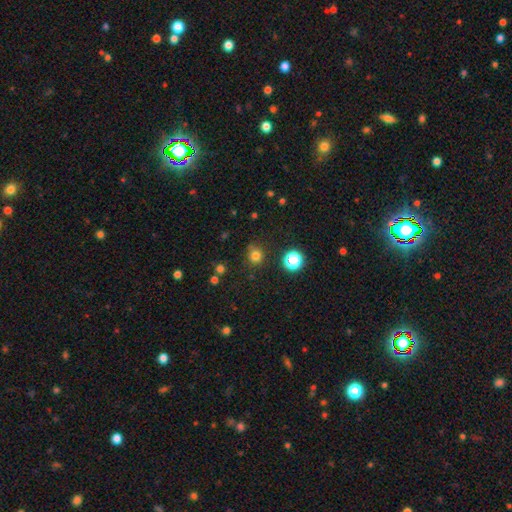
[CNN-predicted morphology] This is likely a smooth galaxy (74%). How rounded: clearly round (88%). Merging: likely none (78%).